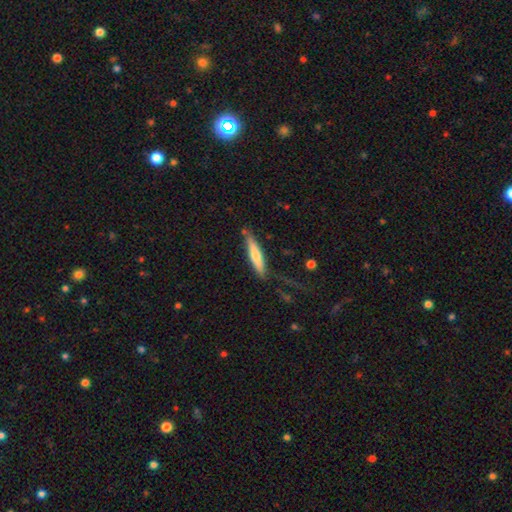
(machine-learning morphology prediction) A smooth galaxy with no disk features (57%) that is cigar-shaped (90%).

Vote fractions:
- Smooth or featured? smooth: 57% / featured or disk: 37% / star or artifact: 5%
- How rounded? cigar-shaped: 90% / in between: 9% / round: 1%
- Merging? none: 76% / minor disturbance: 16% / major disturbance: 4% / merger: 4%